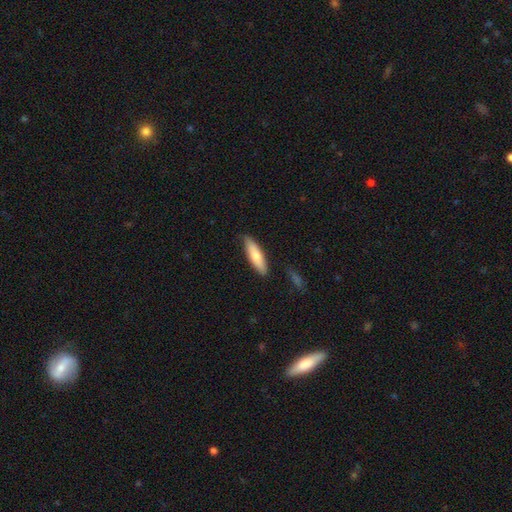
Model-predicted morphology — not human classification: Overall: smooth (74%). How rounded: cigar-shaped (64%; in between 34%). Merging: none (83%).